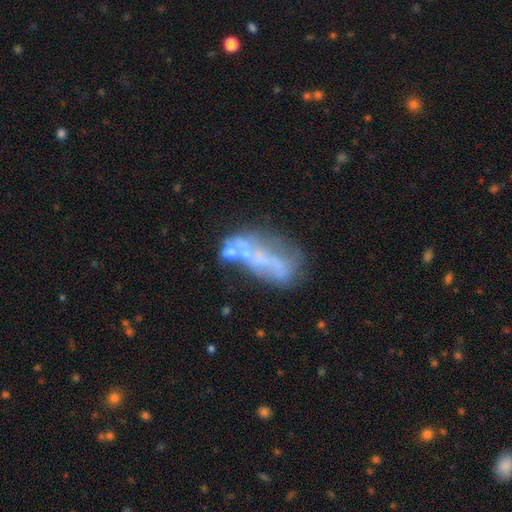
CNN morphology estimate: A featured or disk galaxy (59%) with no bar (85%), no spiral arms (90%) and no central bulge (73%). Merging: none (29%, tied with merger).